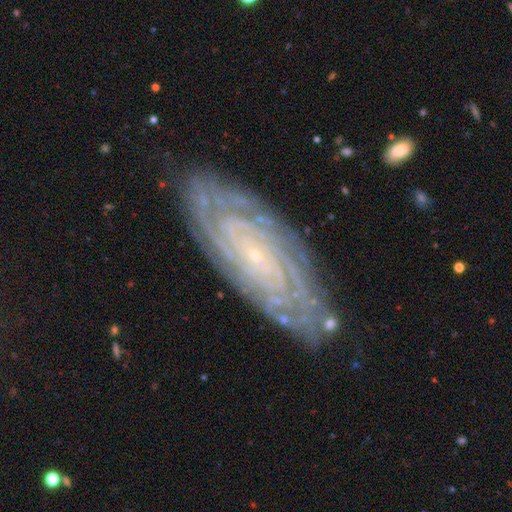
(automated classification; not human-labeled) The model was most divided on "spiral arm count": can't tell: 40%, more than 4: 15%, 4: 15%, 2: 12%, 3: 11%, 1: 7%. More confident: spiral arms — yes (96%); edge-on disk — no (90%); bulge size — small (88%); smooth or featured — featured or disk (85%); spiral winding — tight (84%); merging — none (81%); bar — no (70%).